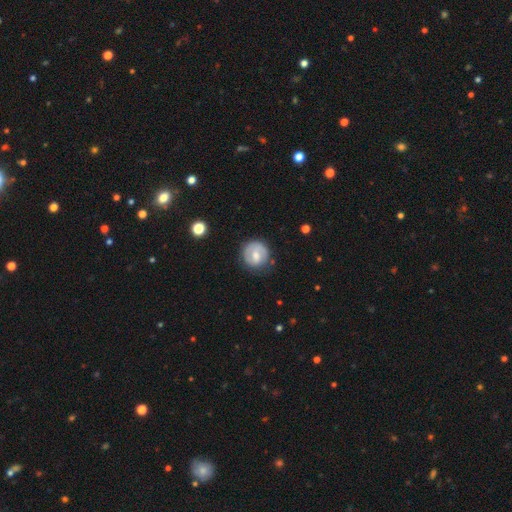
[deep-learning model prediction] This appears to be a smooth galaxy with no disk features (47%). Merging: none (72%).